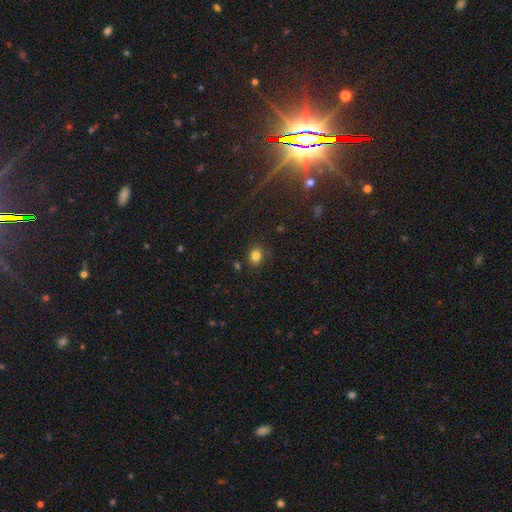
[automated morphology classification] smooth_or_featured: smooth (p=0.81) [alt: star or artifact p=0.13]
how_rounded: round (p=0.64) [alt: in between p=0.35]
merging: none (p=0.80) [alt: minor disturbance p=0.14]